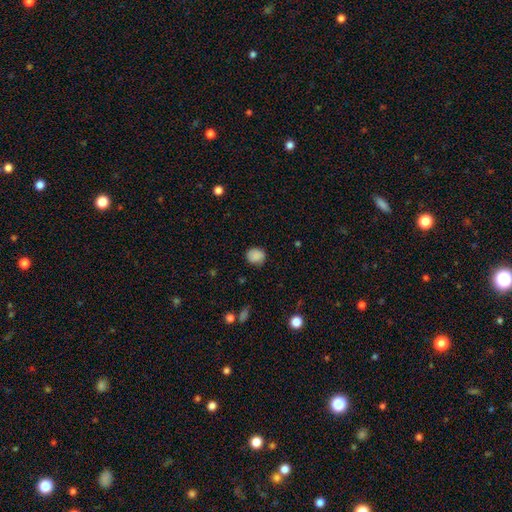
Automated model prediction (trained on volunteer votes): Overall: smooth (86%). How rounded: round (73%). Merging: none (81%).